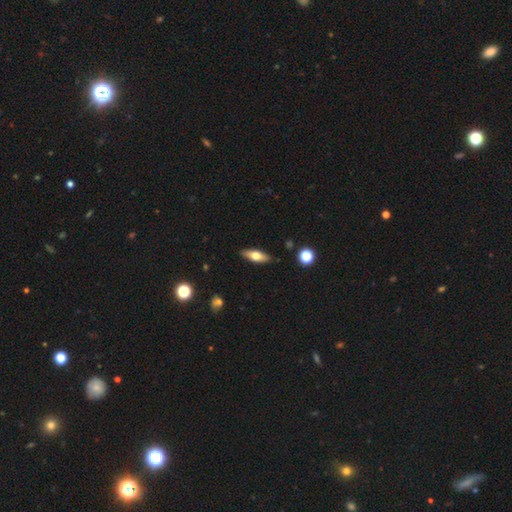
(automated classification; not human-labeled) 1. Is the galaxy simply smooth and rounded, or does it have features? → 59% smooth, 34% featured or disk, 7% star or artifact.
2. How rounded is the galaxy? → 57% in between, 40% cigar-shaped, 3% round.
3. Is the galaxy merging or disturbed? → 88% none, 9% minor disturbance, 2% major disturbance, 1% merger.